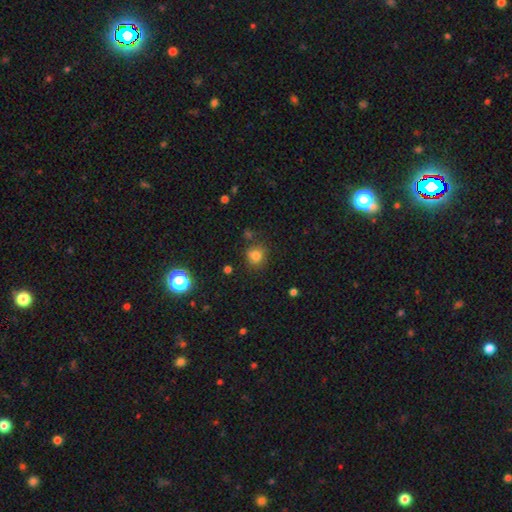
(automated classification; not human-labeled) The model was most divided on "merging": none: 76%, minor disturbance: 14%, merger: 6%, major disturbance: 4%. More confident: how rounded — round (82%); smooth or featured — smooth (78%).